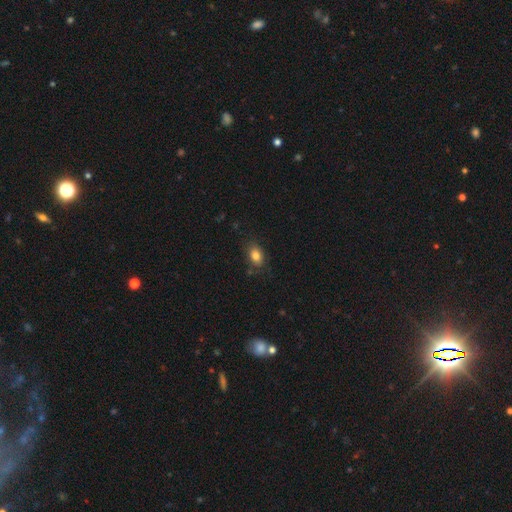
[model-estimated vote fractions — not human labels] This is clearly a smooth galaxy (83%). How rounded: clearly in between (83%). Merging: likely none (79%).